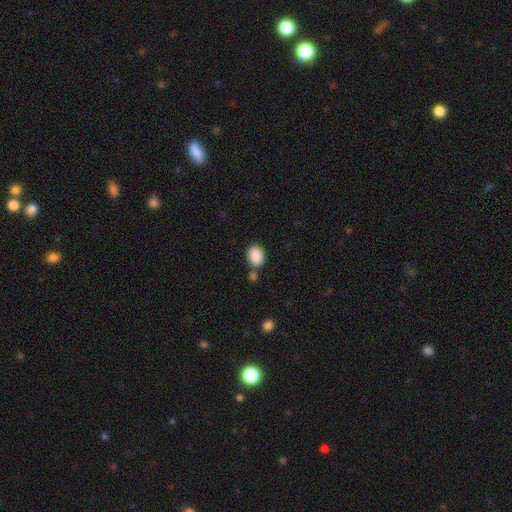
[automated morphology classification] This is clearly a smooth galaxy (89%). How rounded: likely in between (63%). Merging: likely none (66%).